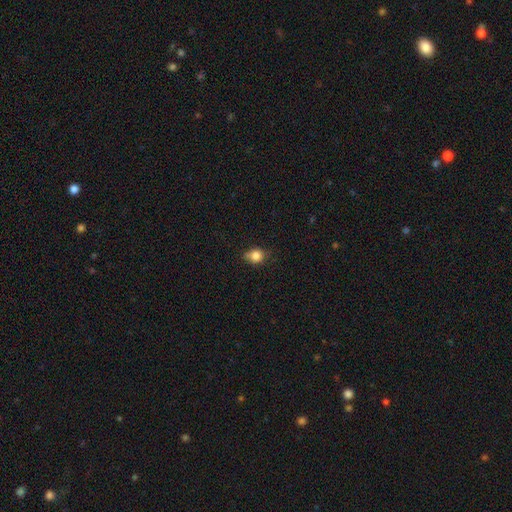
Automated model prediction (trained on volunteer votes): Overall: smooth (82%). How rounded: round (68%; in between 31%). Merging: none (60%; minor disturbance 30%).